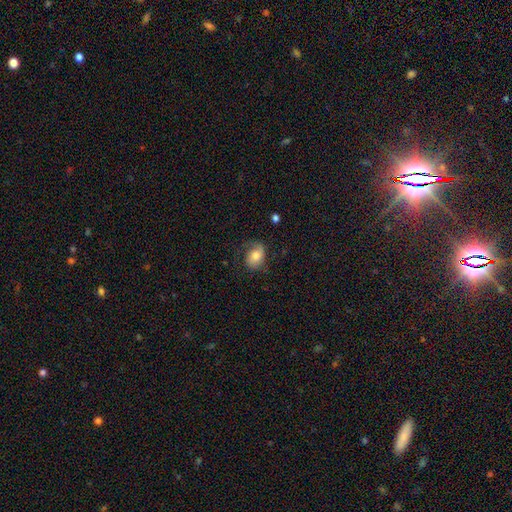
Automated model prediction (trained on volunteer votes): Smooth or featured?
  - smooth: 63% *
  - featured or disk: 28%
  - star or artifact: 9%
How rounded?
  - in between: 70% *
  - round: 29%
  - cigar-shaped: 1%
Merging?
  - none: 59% *
  - minor disturbance: 25%
  - major disturbance: 14%
  - merger: 1%